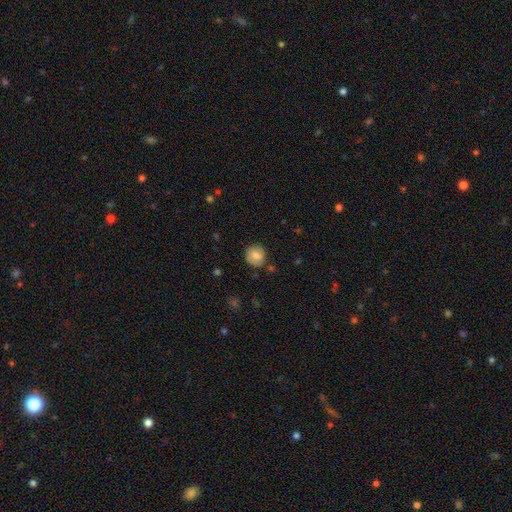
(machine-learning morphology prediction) smooth-or-featured: smooth: 76% | featured or disk: 16% | star or artifact: 8%
  how-rounded: round: 89% | in between: 10% | cigar-shaped: 1%
  merging: none: 82% | minor disturbance: 13% | major disturbance: 3% | merger: 2%